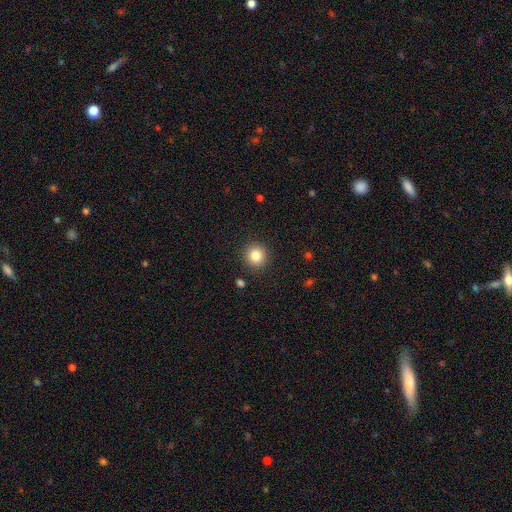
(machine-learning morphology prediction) Overall: smooth (83%). How rounded: round (93%). Merging: none (91%).